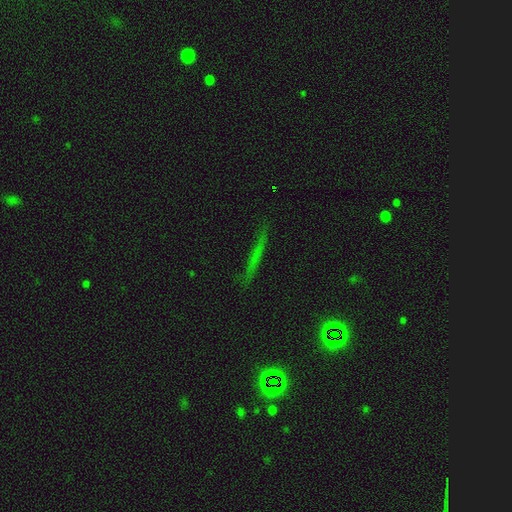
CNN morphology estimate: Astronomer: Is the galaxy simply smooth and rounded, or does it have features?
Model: smooth — 35%, tied with featured or disk at 35%.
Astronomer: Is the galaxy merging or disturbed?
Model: none — 82%.